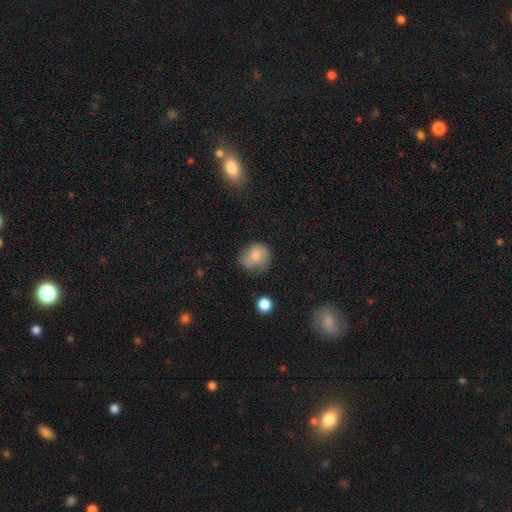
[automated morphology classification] A smooth galaxy with no disk features (72%) that is round (72%).

Vote fractions:
- Smooth or featured? smooth: 72% / featured or disk: 19% / star or artifact: 9%
- How rounded? round: 72% / in between: 27% / cigar-shaped: 1%
- Merging? none: 52% / minor disturbance: 32% / major disturbance: 13% / merger: 3%